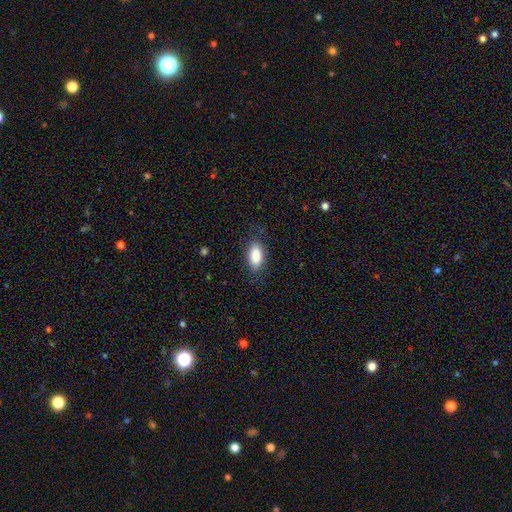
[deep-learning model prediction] This is clearly a smooth galaxy (85%). How rounded: clearly in between (90%). Merging: clearly none (80%).